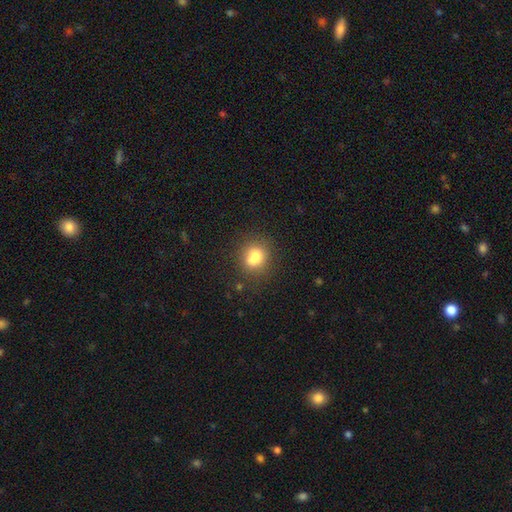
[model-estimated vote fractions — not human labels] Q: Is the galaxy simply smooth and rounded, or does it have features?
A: smooth — 74%.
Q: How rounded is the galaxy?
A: round — 70%.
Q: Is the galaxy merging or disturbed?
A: none — 52%.